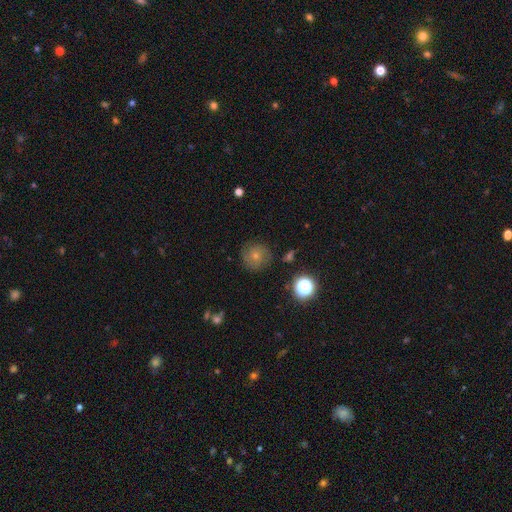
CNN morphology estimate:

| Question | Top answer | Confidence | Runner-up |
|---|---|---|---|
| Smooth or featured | smooth | 44% | featured or disk (41%) |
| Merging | none | 77% | minor disturbance (15%) |